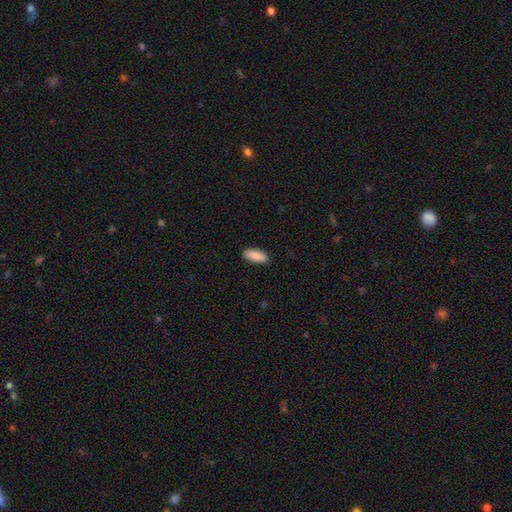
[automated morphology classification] Overall: smooth (89%). How rounded: in between (82%). Merging: none (90%).